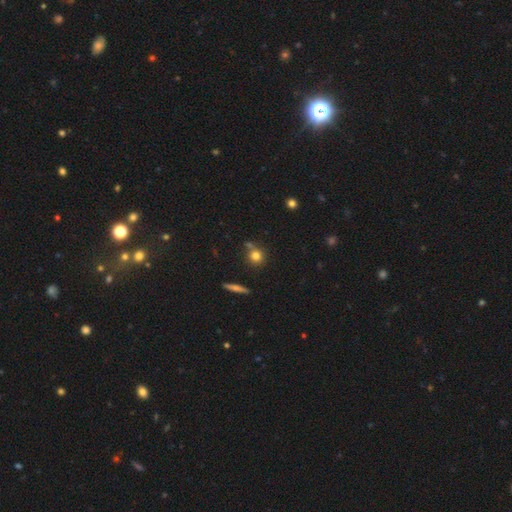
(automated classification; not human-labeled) smooth_or_featured: smooth (p=0.76) [alt: star or artifact p=0.13]
how_rounded: round (p=0.89) [alt: in between p=0.09]
merging: none (p=0.69) [alt: merger p=0.17]